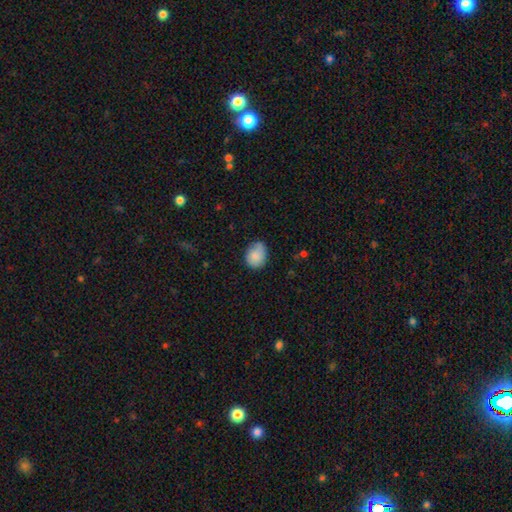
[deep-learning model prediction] The model was most divided on "how rounded": round: 58%, in between: 41%, cigar-shaped: 1%. More confident: smooth or featured — smooth (83%); merging — none (64%).